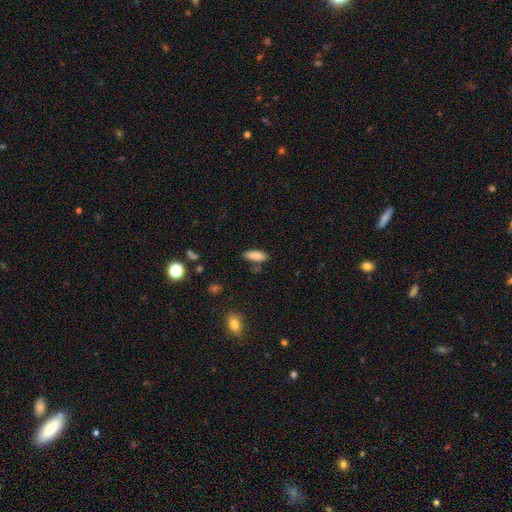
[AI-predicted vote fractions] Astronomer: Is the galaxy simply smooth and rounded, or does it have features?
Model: smooth — 86%.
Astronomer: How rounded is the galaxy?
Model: in between — 72%.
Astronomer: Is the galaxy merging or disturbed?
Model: none — 80%.